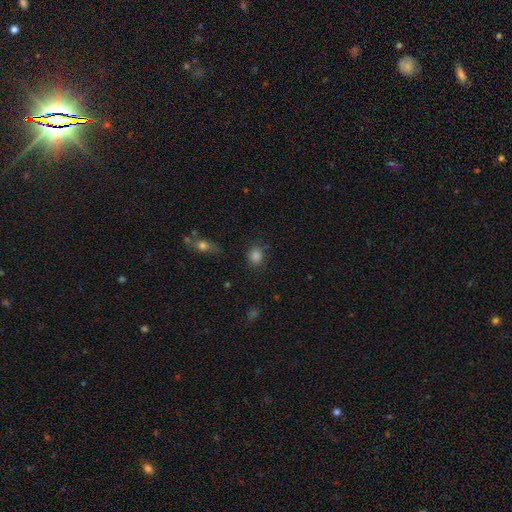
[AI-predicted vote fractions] This appears to be a smooth galaxy with no disk features (83%) that is round (65%). Merging: none (82%).